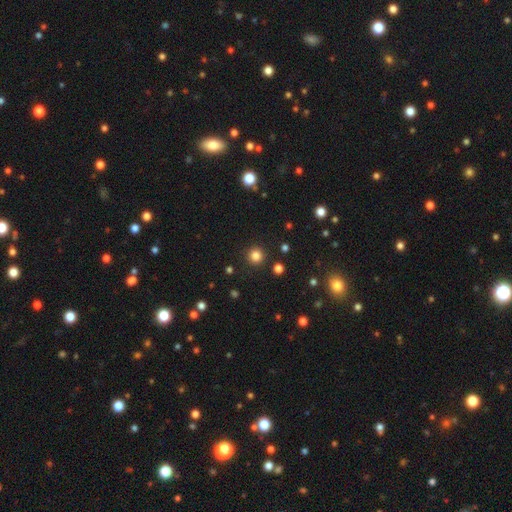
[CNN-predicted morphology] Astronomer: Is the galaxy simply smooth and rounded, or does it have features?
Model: smooth — 82%.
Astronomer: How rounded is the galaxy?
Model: round — 95%.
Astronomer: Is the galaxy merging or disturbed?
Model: none — 92%.